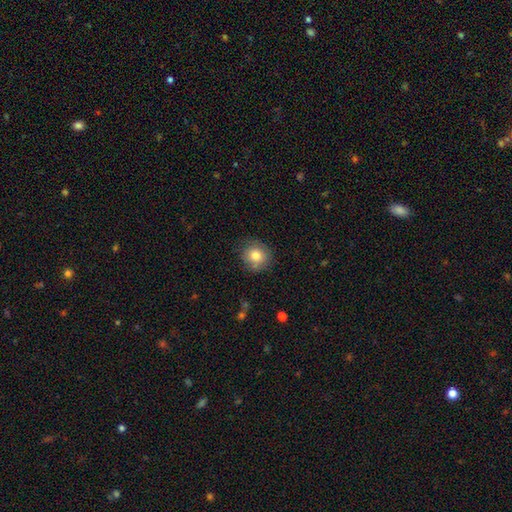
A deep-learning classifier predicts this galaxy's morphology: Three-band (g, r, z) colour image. It shows a smooth galaxy with no disk features (80%) that is round (86%). Merging: none (77%).